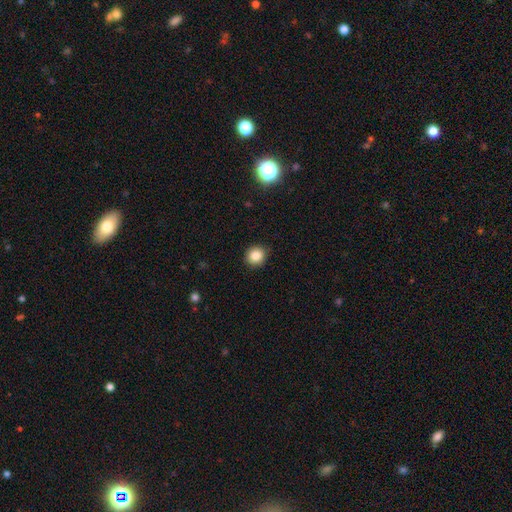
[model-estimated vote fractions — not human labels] Smooth or featured? Predicted: smooth (p=0.85). How rounded? Predicted: round (p=0.88). Merging? Predicted: none (p=0.91).